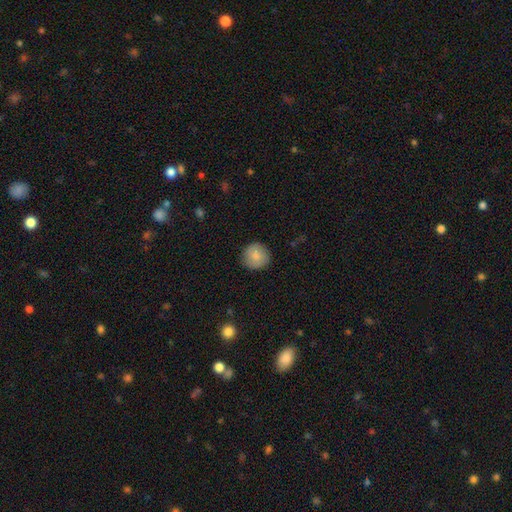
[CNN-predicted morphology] A smooth galaxy with no disk features (84%) that is round (93%).

Vote fractions:
- Smooth or featured? smooth: 84% / featured or disk: 9% / star or artifact: 7%
- How rounded? round: 93% / in between: 6% / cigar-shaped: 1%
- Merging? none: 88% / minor disturbance: 9% / major disturbance: 2% / merger: 1%